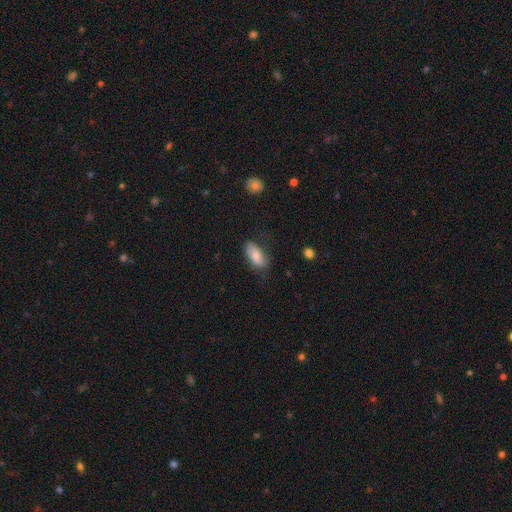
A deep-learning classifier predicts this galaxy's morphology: smooth-or-featured: smooth: 78% | featured or disk: 16% | star or artifact: 7%
  how-rounded: in between: 89% | cigar-shaped: 8% | round: 3%
  merging: none: 63% | minor disturbance: 26% | major disturbance: 9% | merger: 2%